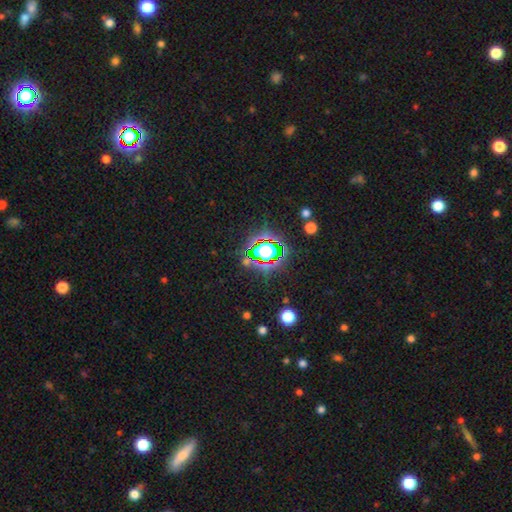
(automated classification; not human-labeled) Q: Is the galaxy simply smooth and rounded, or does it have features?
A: star or artifact — 79%.